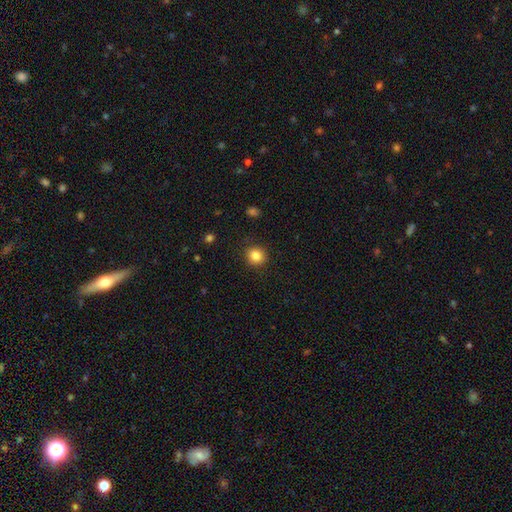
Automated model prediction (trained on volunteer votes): Q: Smooth or featured?
A: smooth (84%); runner-up: star or artifact (11%)
Q: How rounded?
A: round (87%); runner-up: in between (13%)
Q: Merging?
A: none (90%); runner-up: minor disturbance (7%)